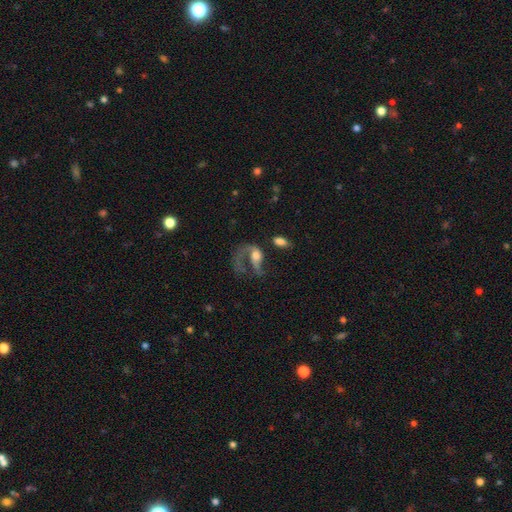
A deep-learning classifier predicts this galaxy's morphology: Smooth or featured? Predicted: featured or disk (p=0.67). Edge-on disk? Predicted: no (p=0.96). Bar? Predicted: no (p=0.65). Spiral arms? Predicted: yes (p=0.79). Spiral winding? Predicted: loose (p=0.67). Spiral arm count? Predicted: 1 (p=0.70). Bulge size? Predicted: moderate (p=0.46). Merging? Predicted: major disturbance (p=0.52).